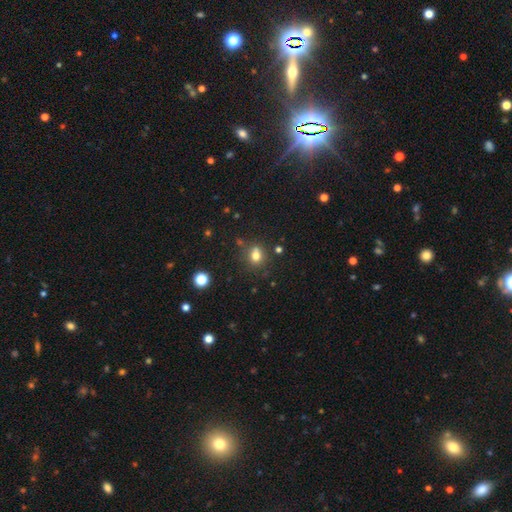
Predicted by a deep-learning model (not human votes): Smooth or featured: smooth — 74% (star or artifact — 16%)
How rounded: round — 75% (in between — 24%)
Merging: none — 66% (merger — 15%)